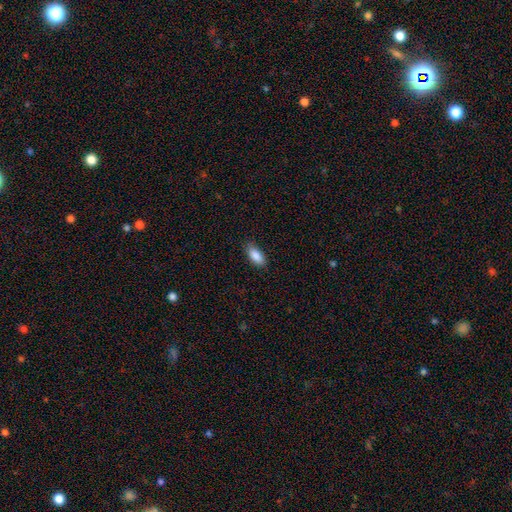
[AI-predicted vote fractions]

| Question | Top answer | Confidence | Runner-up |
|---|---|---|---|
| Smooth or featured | smooth | 88% | star or artifact (7%) |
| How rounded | in between | 86% | cigar-shaped (12%) |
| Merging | none | 83% | minor disturbance (13%) |